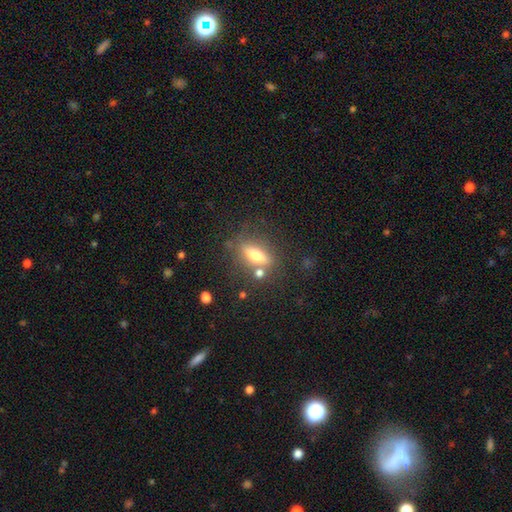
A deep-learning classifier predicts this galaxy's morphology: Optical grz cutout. It shows a smooth galaxy with no disk features (58%) that is in between round and cigar-shaped (63%). Merging: none (69%).